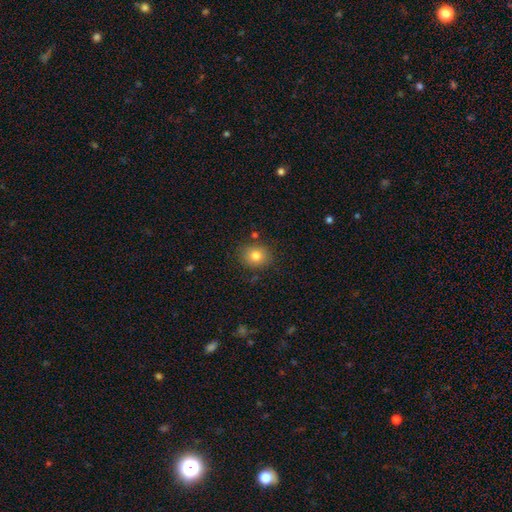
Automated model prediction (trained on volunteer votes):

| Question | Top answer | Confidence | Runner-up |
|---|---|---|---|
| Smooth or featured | smooth | 79% | star or artifact (11%) |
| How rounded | round | 71% | in between (28%) |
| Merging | none | 84% | minor disturbance (10%) |